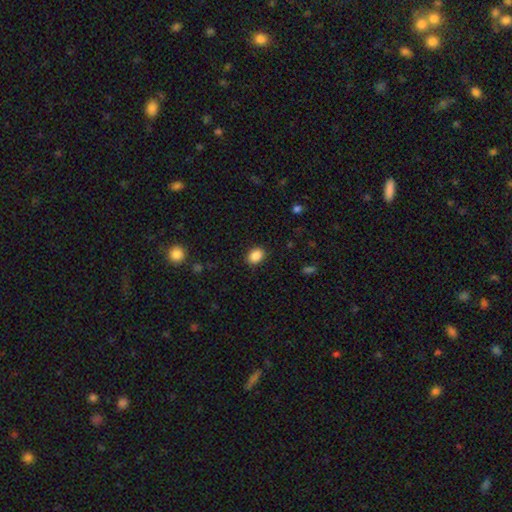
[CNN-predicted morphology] A smooth galaxy with no disk features (88%) that is in between round and cigar-shaped (68%).

Vote fractions:
- Smooth or featured? smooth: 88% / star or artifact: 9% / featured or disk: 3%
- How rounded? in between: 68% / round: 31% / cigar-shaped: 1%
- Merging? none: 88% / minor disturbance: 9% / major disturbance: 2% / merger: 1%